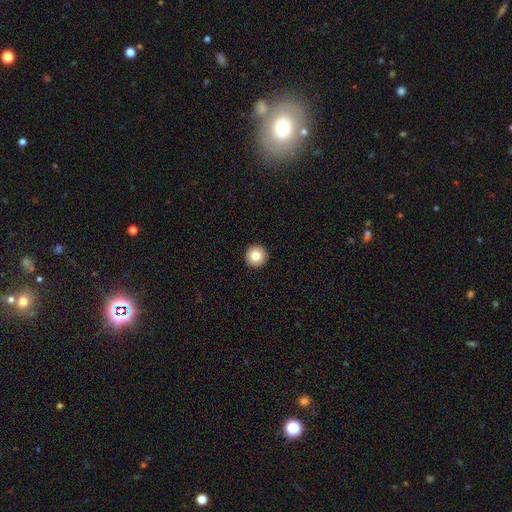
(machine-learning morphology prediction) Smooth or featured? Predicted: smooth (p=0.82). How rounded? Predicted: round (p=0.97). Merging? Predicted: none (p=0.94).